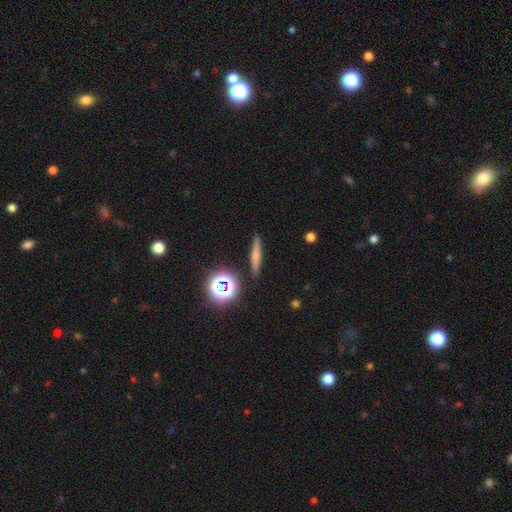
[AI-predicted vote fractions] Smooth or featured? Predicted: smooth (p=0.56). How rounded? Predicted: cigar-shaped (p=0.83). Merging? Predicted: none (p=0.88).